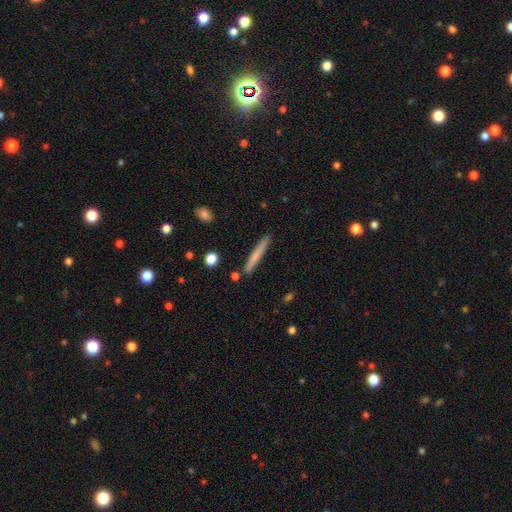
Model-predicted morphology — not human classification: smooth 69%, featured or disk 24%, star or artifact 6%. Down the decision tree: how rounded — cigar-shaped (96%); merging — none (87%).